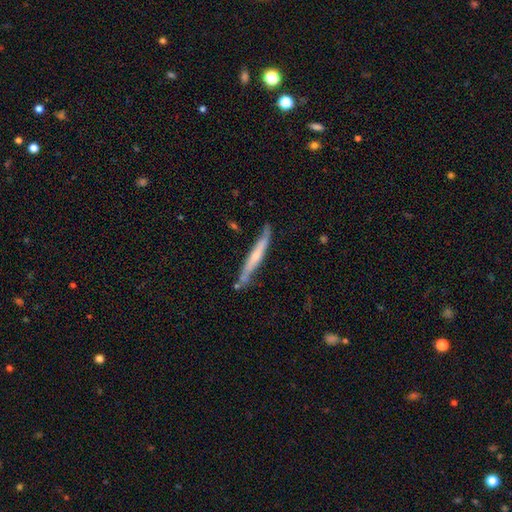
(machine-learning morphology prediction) Smooth or featured?
  - featured or disk: 56% *
  - smooth: 38%
  - star or artifact: 6%
Edge-on disk?
  - yes: 90% *
  - no: 10%
Edge-on bulge?
  - rounded: 52% *
  - none: 42%
  - boxy: 6%
Merging?
  - none: 71% *
  - minor disturbance: 19%
  - merger: 7%
  - major disturbance: 3%